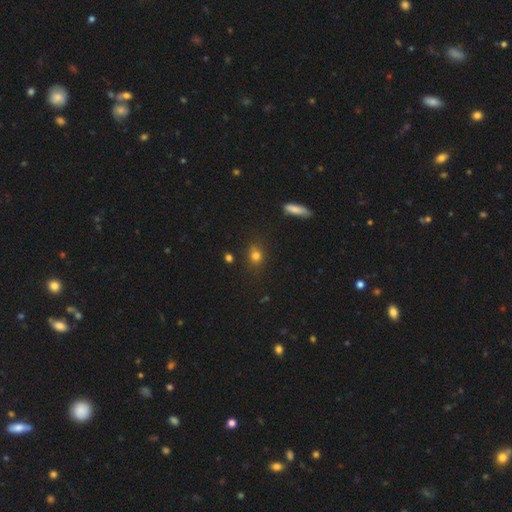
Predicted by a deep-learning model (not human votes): This is likely a smooth galaxy (78%). How rounded: possibly round (57%). Merging: likely none (75%).